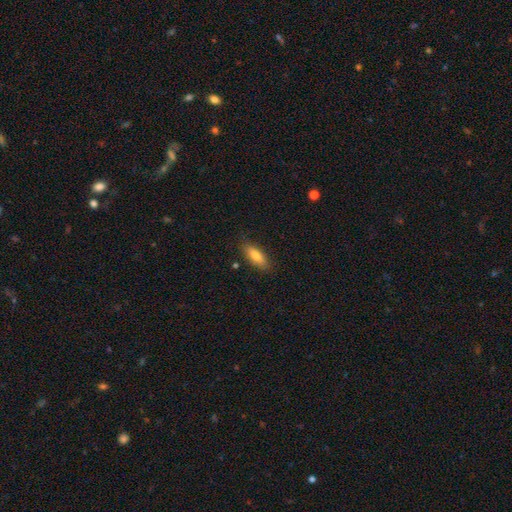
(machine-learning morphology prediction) Smooth or featured? Predicted: smooth (p=0.78). How rounded? Predicted: in between (p=0.67). Merging? Predicted: none (p=0.85).